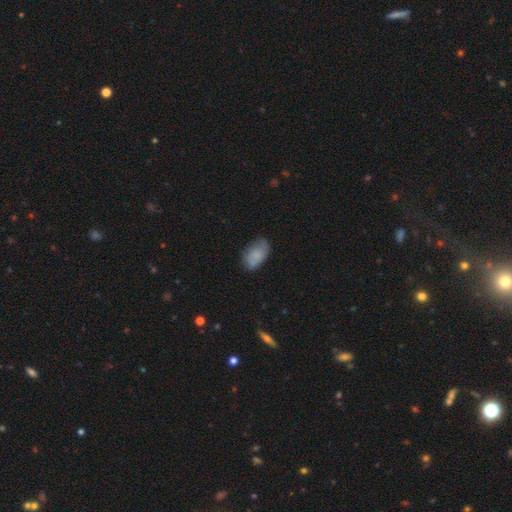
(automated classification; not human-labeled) Morphology: type=smooth (79%); roundness=in between (92%); merging=none (61%).